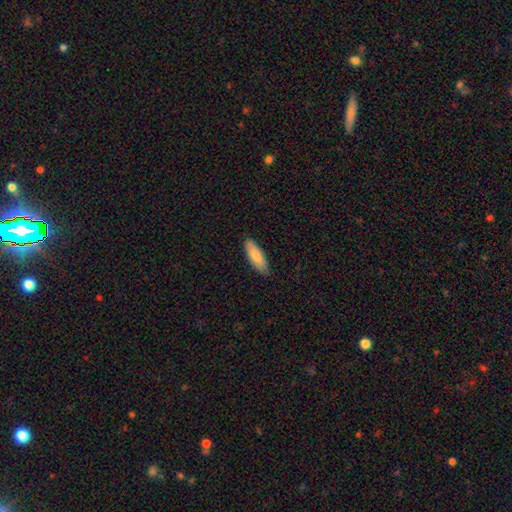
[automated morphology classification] A smooth galaxy with no disk features (80%) that is in between round and cigar-shaped (56%). Merging: none (84%).